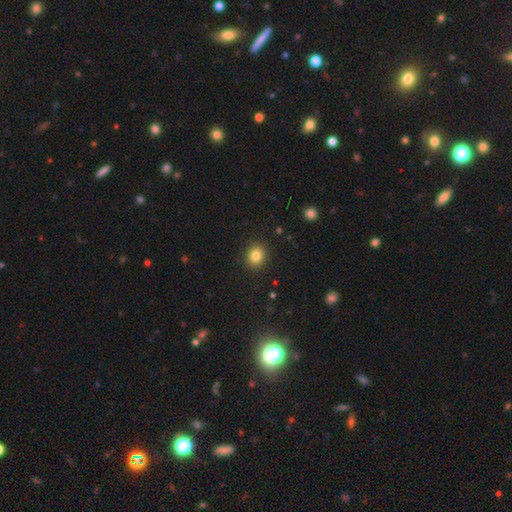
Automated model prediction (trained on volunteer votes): Overall: smooth (83%). How rounded: round (64%; in between 35%). Merging: none (90%).